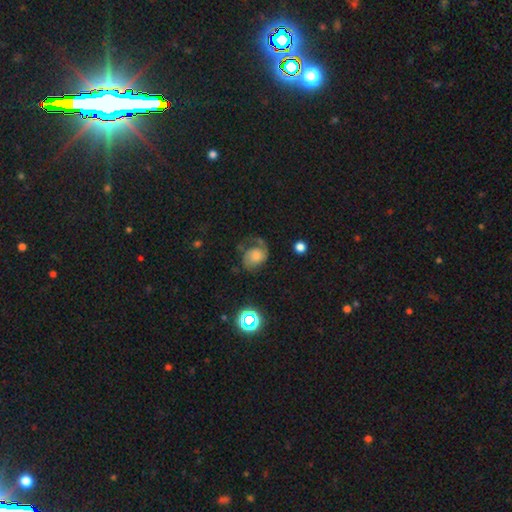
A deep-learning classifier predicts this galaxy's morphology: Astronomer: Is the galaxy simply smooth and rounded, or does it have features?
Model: featured or disk — 64%.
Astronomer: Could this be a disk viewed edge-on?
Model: no — 97%.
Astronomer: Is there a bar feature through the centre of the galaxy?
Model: no — 73%.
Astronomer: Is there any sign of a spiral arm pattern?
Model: yes — 92%.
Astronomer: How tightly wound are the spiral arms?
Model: medium — 43% (runner-up: loose, 31%).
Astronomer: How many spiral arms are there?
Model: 2 — 49% (runner-up: 1, 41%).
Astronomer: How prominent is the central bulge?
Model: moderate — 24%, tied with large at 24%.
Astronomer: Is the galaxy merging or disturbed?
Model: none — 42% (runner-up: major disturbance, 34%).